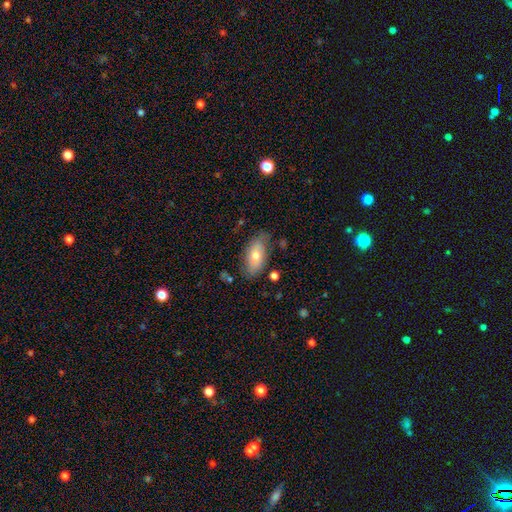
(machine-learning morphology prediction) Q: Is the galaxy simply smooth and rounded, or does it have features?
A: smooth — 69%.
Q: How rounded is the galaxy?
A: in between — 89%.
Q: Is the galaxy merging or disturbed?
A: none — 70%.